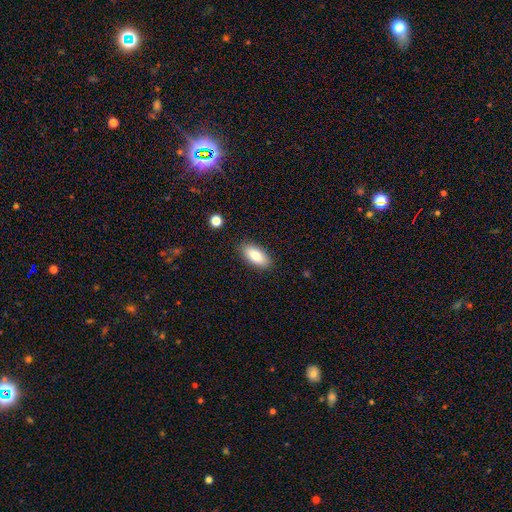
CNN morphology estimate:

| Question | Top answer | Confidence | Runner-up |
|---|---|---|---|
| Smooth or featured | smooth | 80% | featured or disk (13%) |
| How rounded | in between | 88% | cigar-shaped (9%) |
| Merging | none | 87% | minor disturbance (9%) |